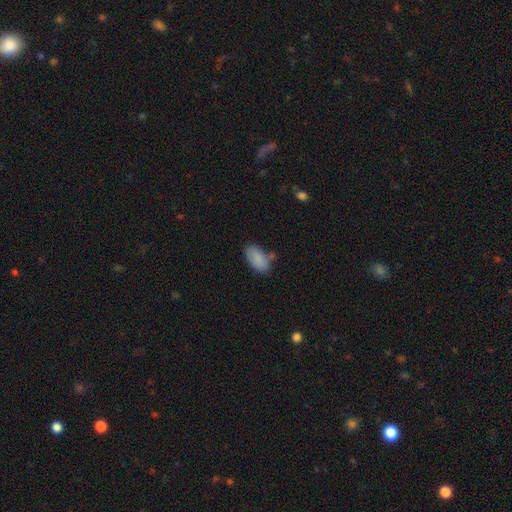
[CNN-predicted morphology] Overall: smooth (86%). How rounded: in between (94%). Merging: none (68%).